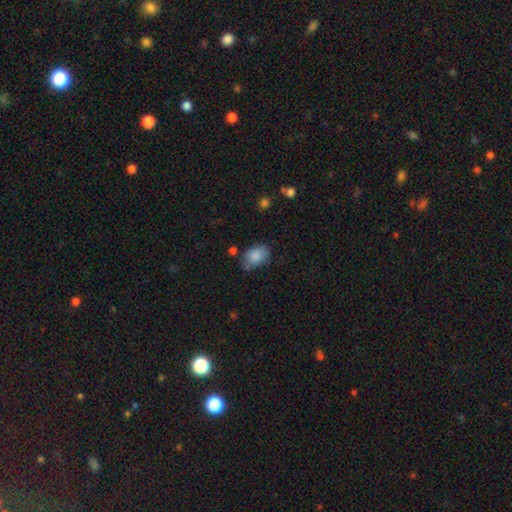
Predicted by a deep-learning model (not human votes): This is clearly a smooth galaxy (84%). How rounded: clearly in between (84%). Merging: likely none (63%).